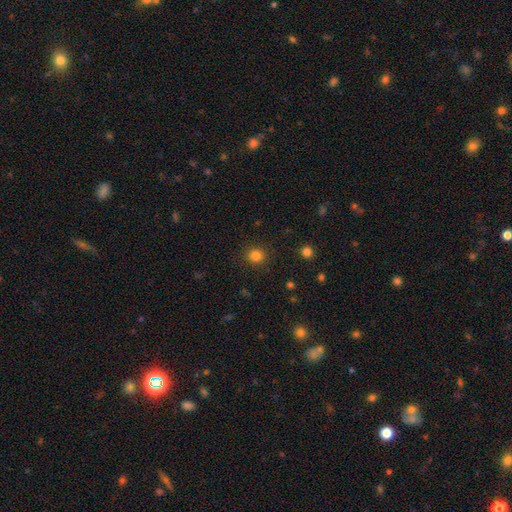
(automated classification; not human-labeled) A smooth galaxy with no disk features (82%) that is round (90%). Merging: none (90%).